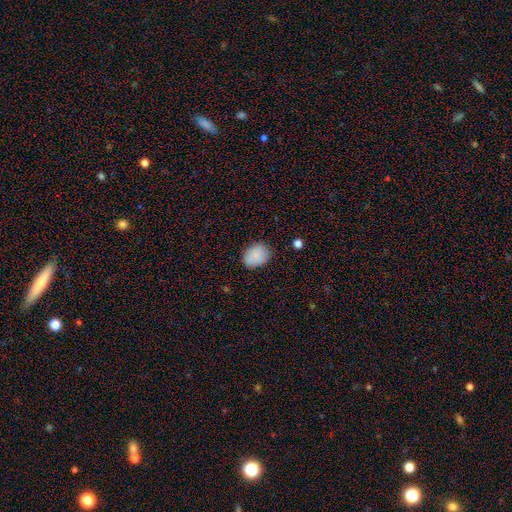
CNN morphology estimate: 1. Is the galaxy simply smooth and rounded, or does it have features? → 86% smooth, 8% star or artifact, 6% featured or disk.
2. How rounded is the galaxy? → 61% in between, 38% round, 1% cigar-shaped.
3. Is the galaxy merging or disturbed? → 80% none, 15% minor disturbance, 3% major disturbance, 1% merger.